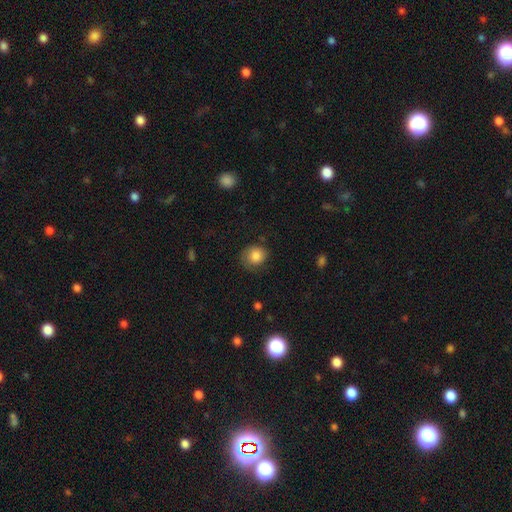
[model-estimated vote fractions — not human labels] Smooth or featured? Predicted: smooth (p=0.79). How rounded? Predicted: round (p=0.76). Merging? Predicted: none (p=0.65).